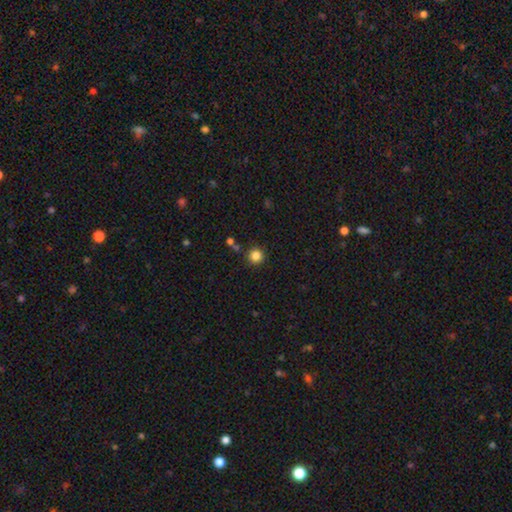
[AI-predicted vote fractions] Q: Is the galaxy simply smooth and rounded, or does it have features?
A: smooth — 84%.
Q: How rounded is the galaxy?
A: round — 95%.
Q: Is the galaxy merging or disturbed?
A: none — 88%.